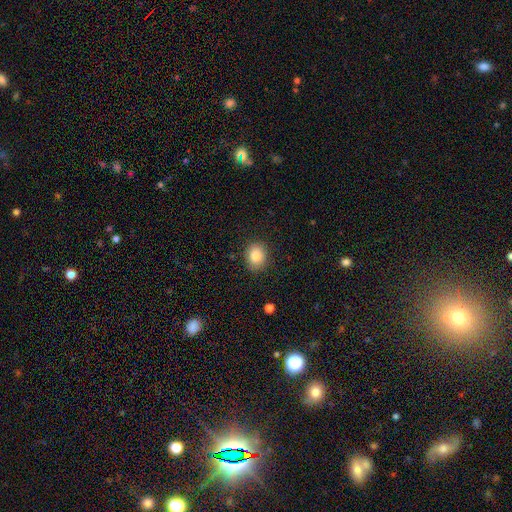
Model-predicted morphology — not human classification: Smooth or featured? smooth (83%)
How rounded? round (64%)
Merging? none (88%)